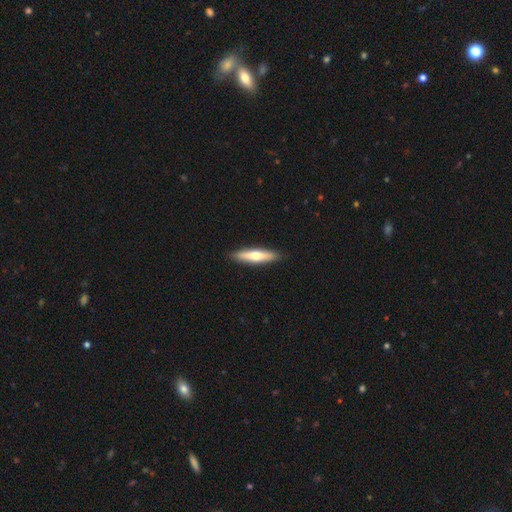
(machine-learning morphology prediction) A smooth galaxy with no disk features (54%) that is cigar-shaped (82%).

Vote fractions:
- Smooth or featured? smooth: 54% / featured or disk: 41% / star or artifact: 5%
- How rounded? cigar-shaped: 82% / in between: 17% / round: 2%
- Merging? none: 91% / minor disturbance: 7% / major disturbance: 1% / merger: 1%